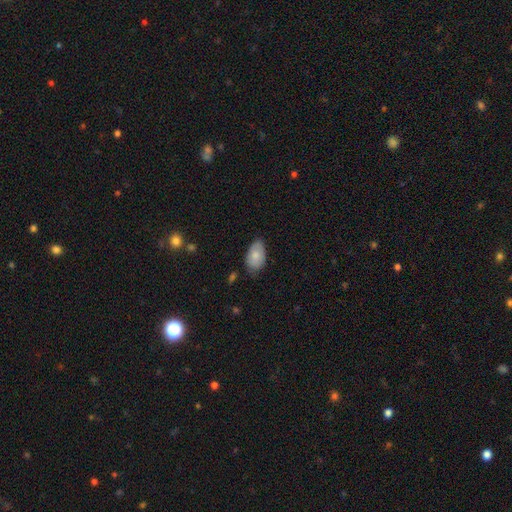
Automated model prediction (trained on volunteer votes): The model was most divided on "merging": none: 68%, minor disturbance: 26%, major disturbance: 4%, merger: 2%. More confident: how rounded — in between (93%); smooth or featured — smooth (79%).